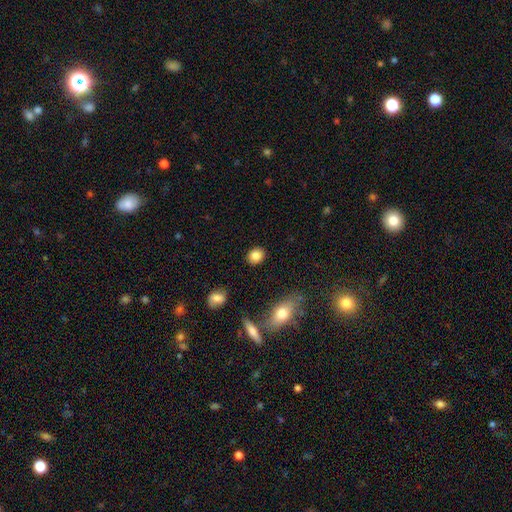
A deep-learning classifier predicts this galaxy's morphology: A smooth galaxy with no disk features (85%) that is round (63%).

Vote fractions:
- Smooth or featured? smooth: 85% / star or artifact: 9% / featured or disk: 6%
- How rounded? round: 63% / in between: 35% / cigar-shaped: 1%
- Merging? none: 88% / minor disturbance: 7% / major disturbance: 2% / merger: 2%